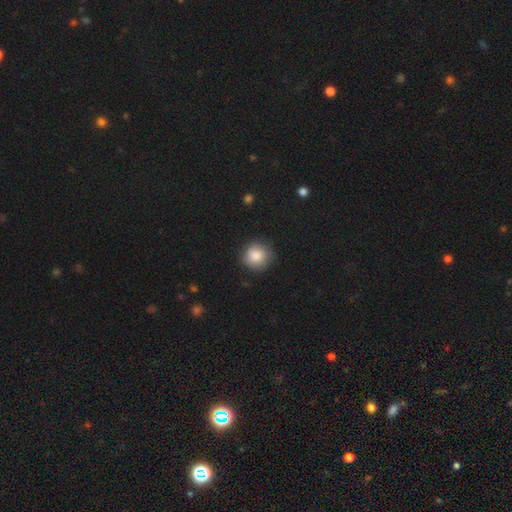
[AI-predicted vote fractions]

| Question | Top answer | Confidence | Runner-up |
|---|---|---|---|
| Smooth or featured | smooth | 84% | featured or disk (8%) |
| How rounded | round | 92% | in between (7%) |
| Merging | none | 83% | minor disturbance (13%) |